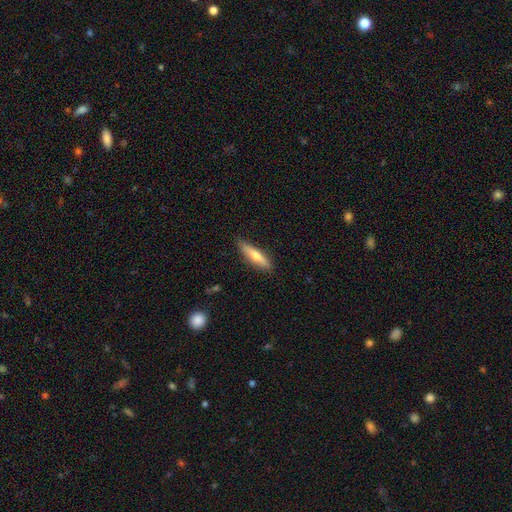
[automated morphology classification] Smooth or featured: smooth — 56% (featured or disk — 38%)
How rounded: cigar-shaped — 78% (in between — 20%)
Merging: none — 86% (minor disturbance — 11%)